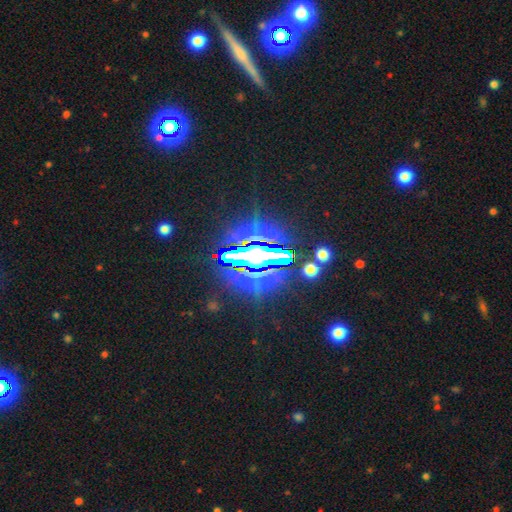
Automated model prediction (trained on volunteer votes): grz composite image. It shows a star or artifact, not a galaxy (76%).